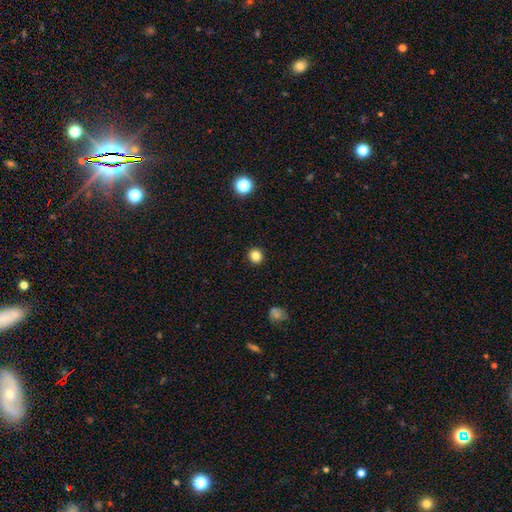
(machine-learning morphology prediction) Overall: smooth (83%). How rounded: round (91%). Merging: none (93%).